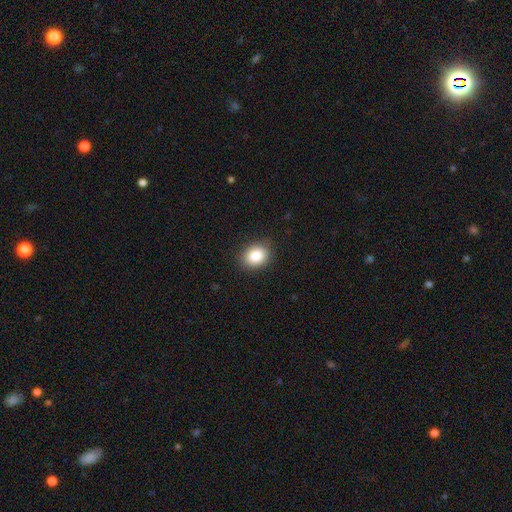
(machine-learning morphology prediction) A smooth galaxy with no disk features (87%) that is in between round and cigar-shaped (60%).

Vote fractions:
- Smooth or featured? smooth: 87% / star or artifact: 8% / featured or disk: 5%
- How rounded? in between: 60% / round: 40% / cigar-shaped: 1%
- Merging? none: 85% / minor disturbance: 12% / major disturbance: 3% / merger: 1%